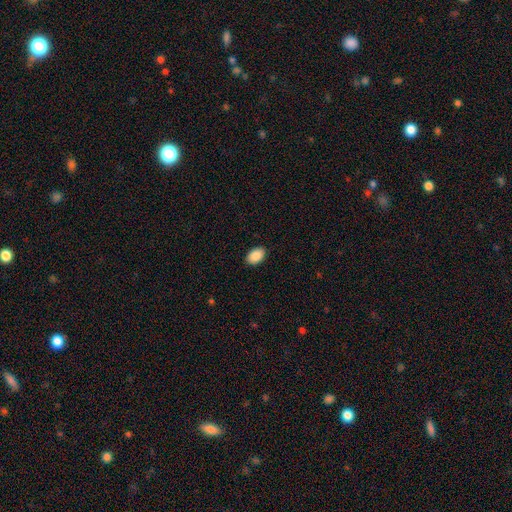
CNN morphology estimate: smooth-or-featured: smooth: 90% | star or artifact: 7% | featured or disk: 3%
  how-rounded: in between: 90% | round: 9% | cigar-shaped: 1%
  merging: none: 89% | minor disturbance: 8% | major disturbance: 2% | merger: 1%